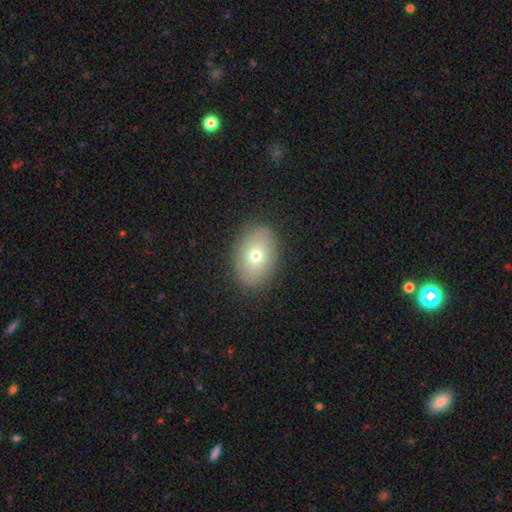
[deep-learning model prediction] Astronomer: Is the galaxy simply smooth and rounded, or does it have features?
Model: smooth — 69%.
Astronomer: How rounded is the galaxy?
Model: in between — 75%.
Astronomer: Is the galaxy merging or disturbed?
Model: none — 86%.